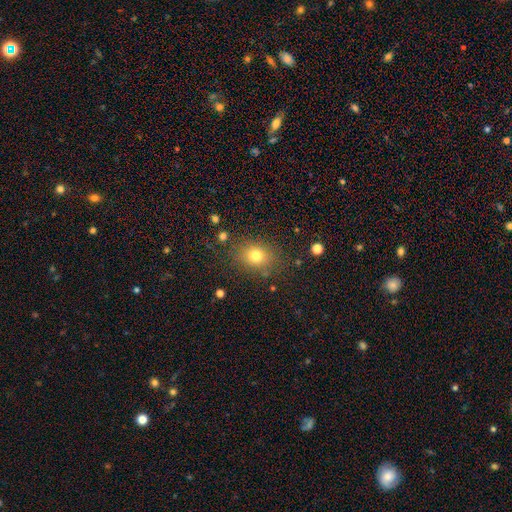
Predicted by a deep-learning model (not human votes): smooth_or_featured: smooth (p=0.76) [alt: star or artifact p=0.14]
how_rounded: round (p=0.54) [alt: in between p=0.45]
merging: none (p=0.80) [alt: minor disturbance p=0.12]